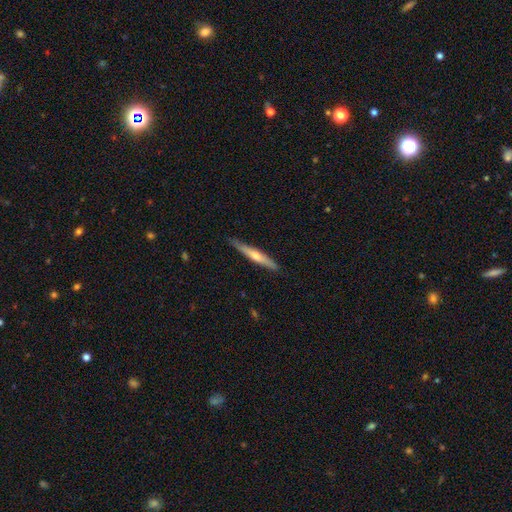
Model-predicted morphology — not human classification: A featured or disk galaxy (49%).

Vote fractions:
- Smooth or featured? featured or disk: 49% / smooth: 46% / star or artifact: 5%
- Merging? none: 83% / minor disturbance: 14% / major disturbance: 2% / merger: 1%